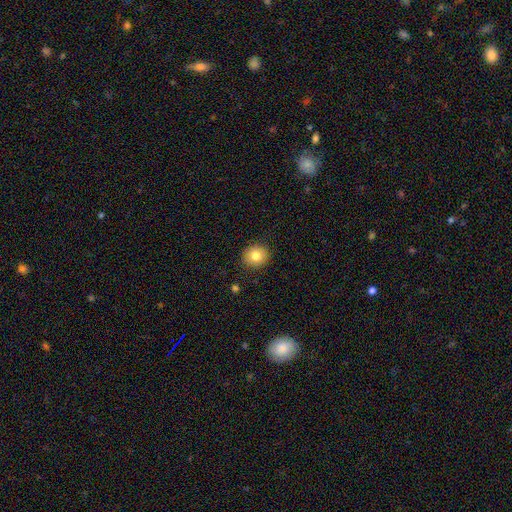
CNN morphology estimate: Smooth or featured?
  - smooth: 80% *
  - star or artifact: 10%
  - featured or disk: 10%
How rounded?
  - round: 85% *
  - in between: 14%
  - cigar-shaped: 1%
Merging?
  - none: 90% *
  - minor disturbance: 7%
  - major disturbance: 2%
  - merger: 1%